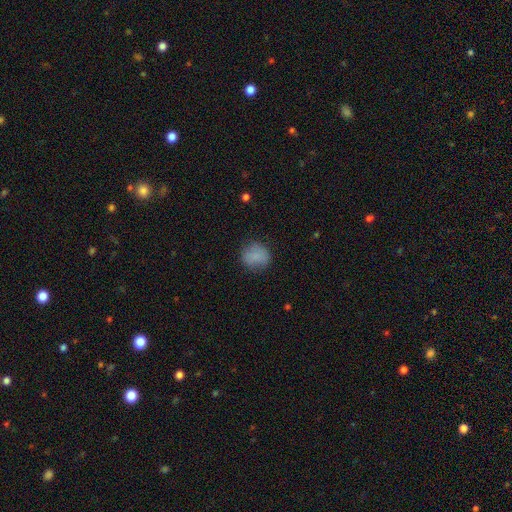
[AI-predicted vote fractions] smooth-or-featured: smooth: 83% | star or artifact: 9% | featured or disk: 8%
  how-rounded: round: 78% | in between: 21% | cigar-shaped: 1%
  merging: none: 76% | minor disturbance: 18% | major disturbance: 5% | merger: 1%